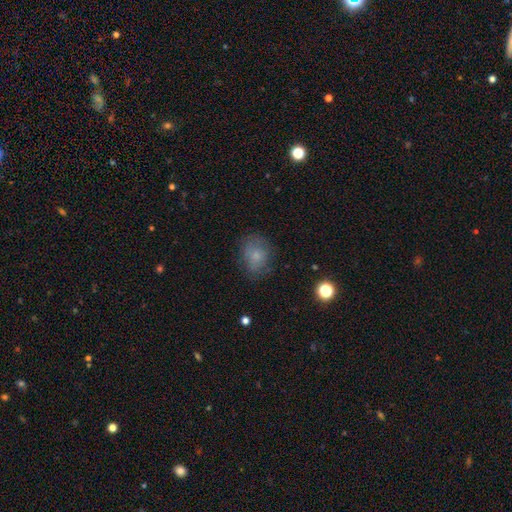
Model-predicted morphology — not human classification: A smooth galaxy with no disk features (74%) that is round (53%).

Vote fractions:
- Smooth or featured? smooth: 74% / featured or disk: 16% / star or artifact: 11%
- How rounded? round: 53% / in between: 46% / cigar-shaped: 1%
- Merging? none: 69% / minor disturbance: 21% / major disturbance: 9% / merger: 1%